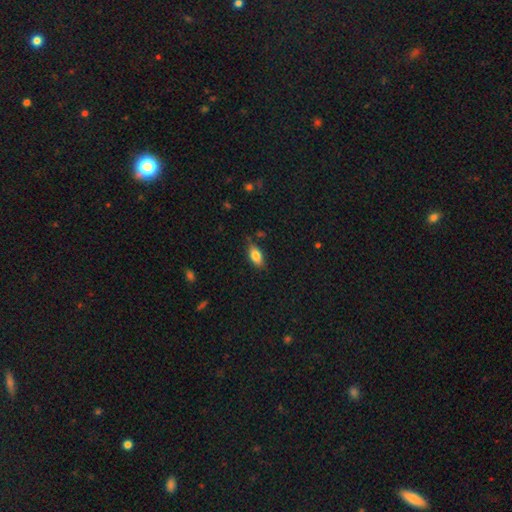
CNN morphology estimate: smooth-or-featured: smooth: 81% | featured or disk: 11% | star or artifact: 8%
  how-rounded: in between: 89% | cigar-shaped: 7% | round: 4%
  merging: none: 77% | minor disturbance: 17% | major disturbance: 3% | merger: 2%